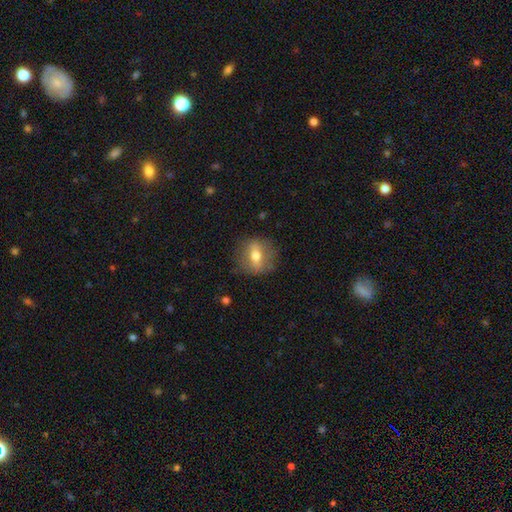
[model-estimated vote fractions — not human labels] The model was most divided on "smooth or featured": smooth: 47%, featured or disk: 44%, star or artifact: 9%. More confident: merging — none (81%).